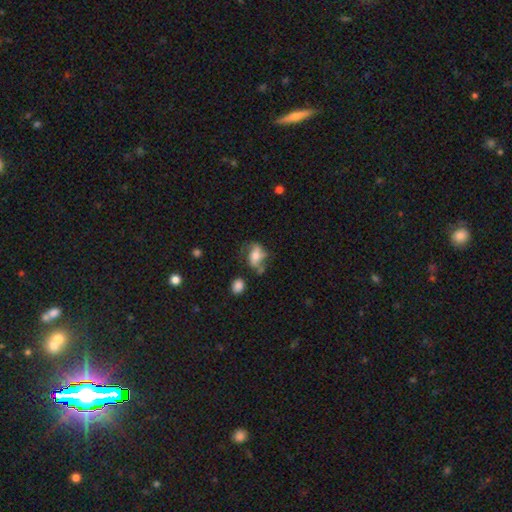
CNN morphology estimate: This is possibly a smooth galaxy (53%). How rounded: clearly in between (81%). Merging: marginally none (42%).